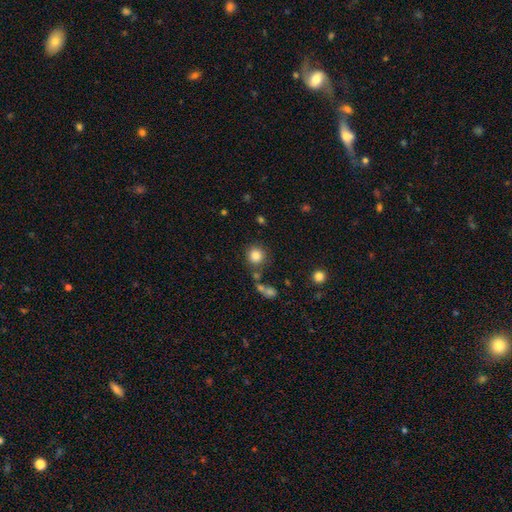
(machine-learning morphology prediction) type=smooth (83%); roundness=round (92%); merging=none (80%).